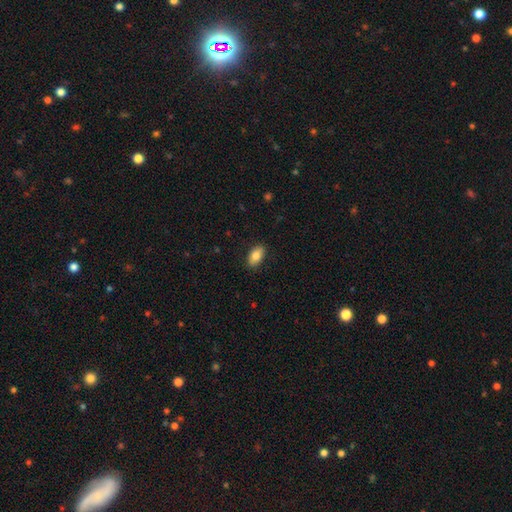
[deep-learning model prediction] Smooth or featured? Predicted: smooth (p=0.82). How rounded? Predicted: in between (p=0.92). Merging? Predicted: none (p=0.88).